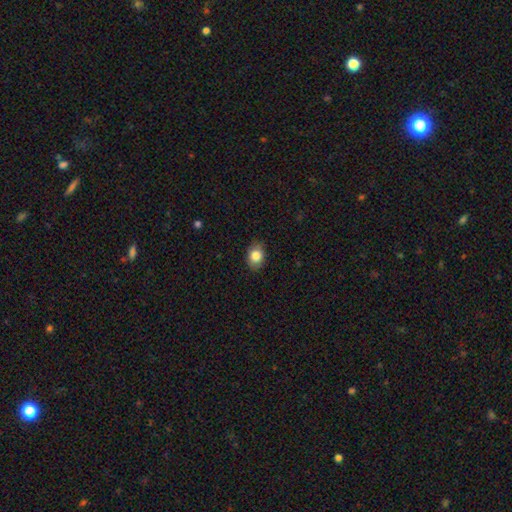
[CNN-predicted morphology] type=smooth (83%); roundness=in between (69%); merging=none (85%).